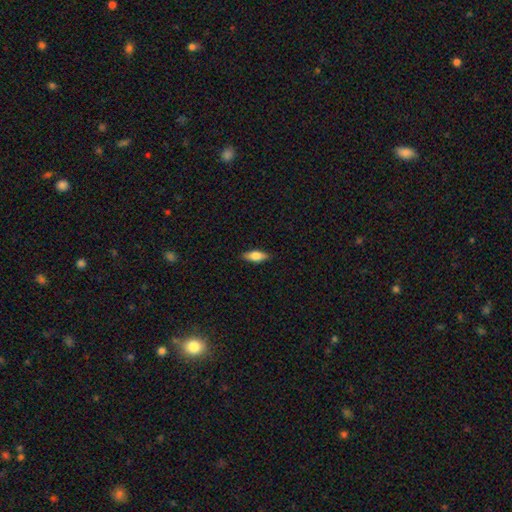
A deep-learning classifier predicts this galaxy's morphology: Overall: smooth (70%). How rounded: in between (69%). Merging: none (88%).